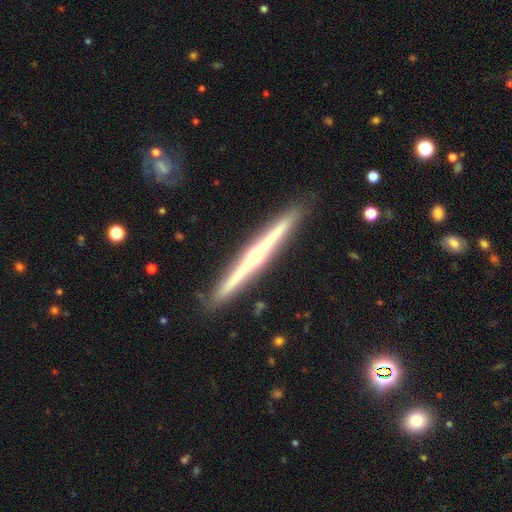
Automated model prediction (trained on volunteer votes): The model was most divided on "smooth or featured": featured or disk: 84%, smooth: 11%, star or artifact: 5%. More confident: edge-on disk — yes (98%); merging — none (92%); edge-on bulge — rounded (87%).